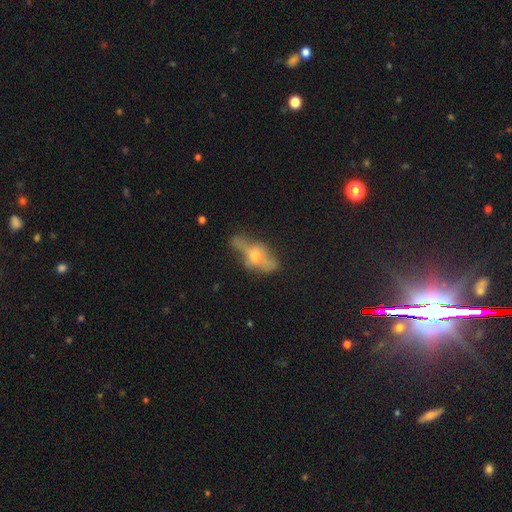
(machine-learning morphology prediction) A featured or disk galaxy (57%) viewed edge-on (53%).

Vote fractions:
- Smooth or featured? featured or disk: 57% / smooth: 31% / star or artifact: 13%
- Edge-on disk? yes: 53% / no: 47%
- Merging? none: 45% / minor disturbance: 27% / major disturbance: 22% / merger: 7%